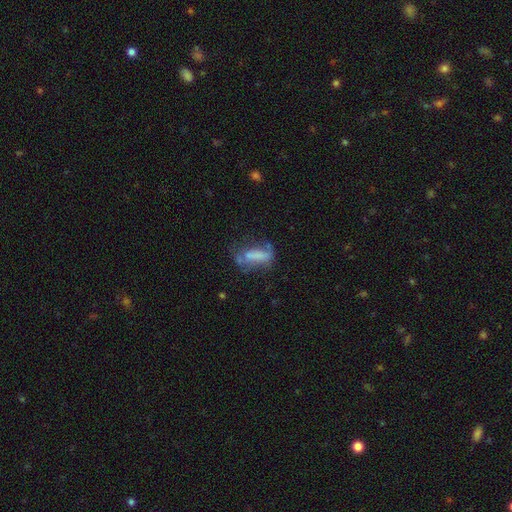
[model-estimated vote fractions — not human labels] Smooth or featured?
  - smooth: 52% *
  - featured or disk: 35%
  - star or artifact: 12%
How rounded?
  - in between: 58% *
  - cigar-shaped: 38%
  - round: 4%
Merging?
  - none: 36% *
  - major disturbance: 28%
  - minor disturbance: 25%
  - merger: 10%